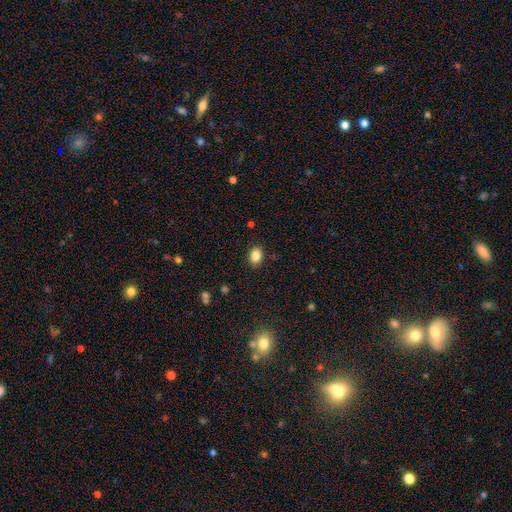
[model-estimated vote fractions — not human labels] smooth-or-featured: smooth: 84% | star or artifact: 10% | featured or disk: 6%
  how-rounded: in between: 72% | round: 27% | cigar-shaped: 1%
  merging: none: 87% | minor disturbance: 9% | major disturbance: 2% | merger: 1%